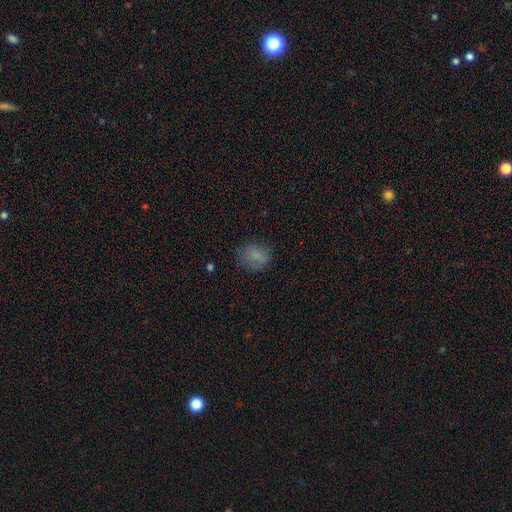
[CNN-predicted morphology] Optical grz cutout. It shows a smooth galaxy with no disk features (81%) that is round (67%). Merging: none (77%).